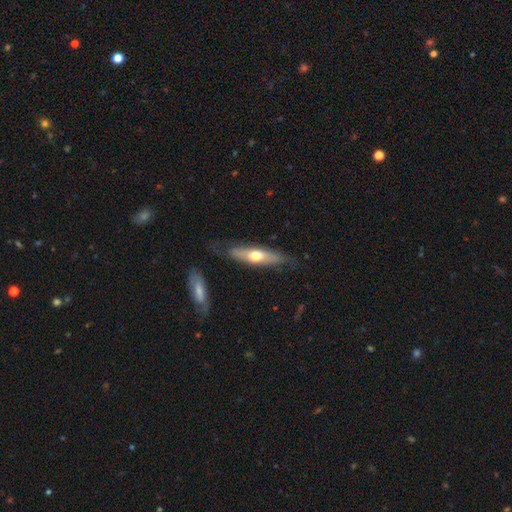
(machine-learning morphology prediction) smooth_or_featured: featured or disk (p=0.48) [alt: smooth p=0.47]
merging: none (p=0.74) [alt: minor disturbance p=0.18]